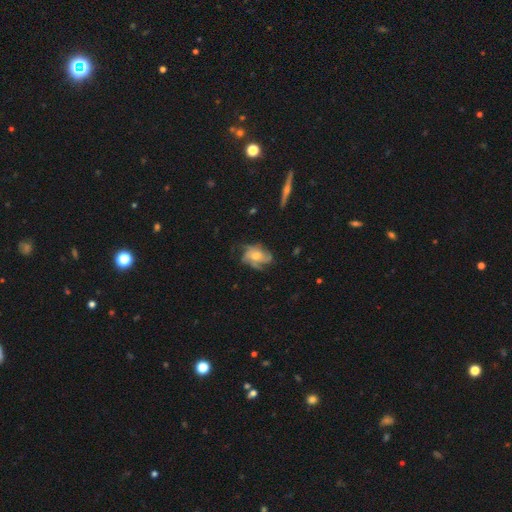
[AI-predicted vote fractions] Smooth or featured: featured or disk — 72% (smooth — 19%)
Edge-on disk: no — 95% (yes — 5%)
Bar: no — 72% (weak — 23%)
Spiral arms: yes — 88% (no — 12%)
Spiral winding: medium — 42% (tight — 34%)
Spiral arm count: 3 — 38% (4 — 25%)
Bulge size: moderate — 62% (small — 26%)
Merging: none — 60% (minor disturbance — 23%)